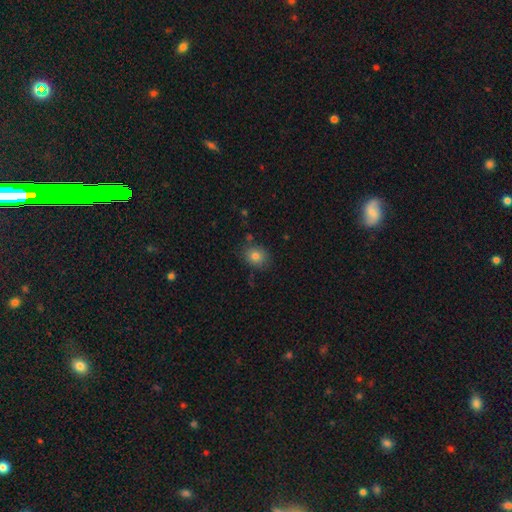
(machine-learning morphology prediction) Smooth or featured? smooth (80%)
How rounded? round (57%)
Merging? none (80%)